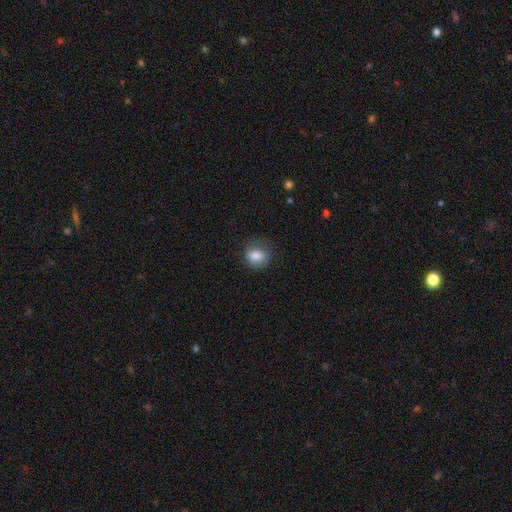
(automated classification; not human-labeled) smooth 82%, featured or disk 9%, star or artifact 9%. Down the decision tree: how rounded — round (59%); merging — none (74%).